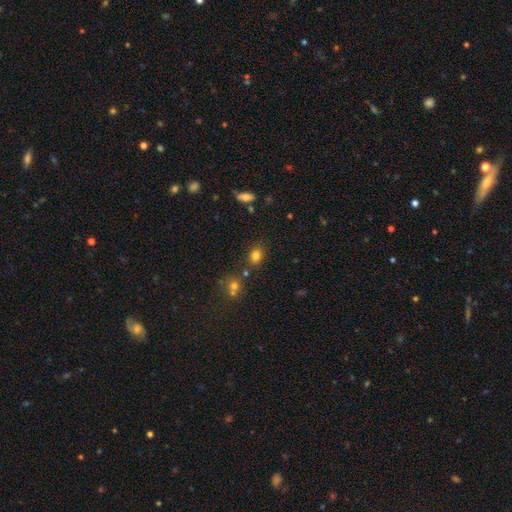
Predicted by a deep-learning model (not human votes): smooth 79%, star or artifact 14%, featured or disk 7%. Down the decision tree: how rounded — in between (57%); merging — none (78%).